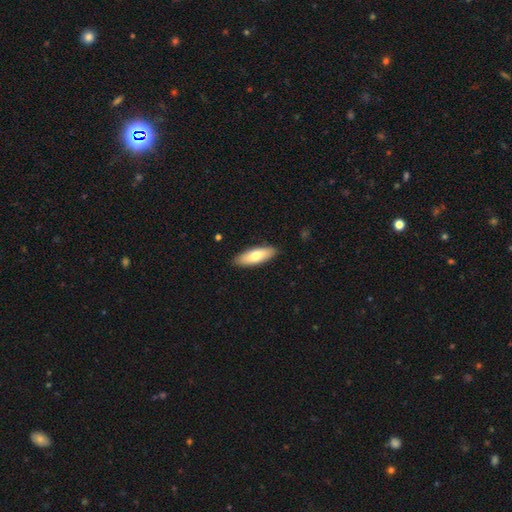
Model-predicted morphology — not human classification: Q: Smooth or featured?
A: smooth (72%); runner-up: featured or disk (23%)
Q: How rounded?
A: in between (62%); runner-up: cigar-shaped (36%)
Q: Merging?
A: none (89%); runner-up: minor disturbance (9%)